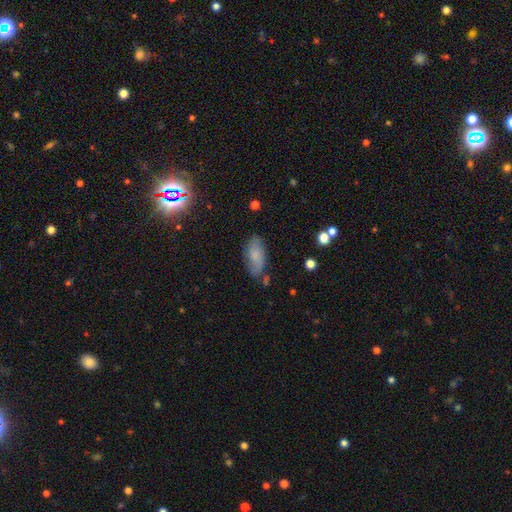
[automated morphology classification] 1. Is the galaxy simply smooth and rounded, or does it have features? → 63% smooth, 28% featured or disk, 9% star or artifact.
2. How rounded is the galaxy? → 87% in between, 10% cigar-shaped, 3% round.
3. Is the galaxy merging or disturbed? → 74% none, 18% minor disturbance, 4% major disturbance, 3% merger.